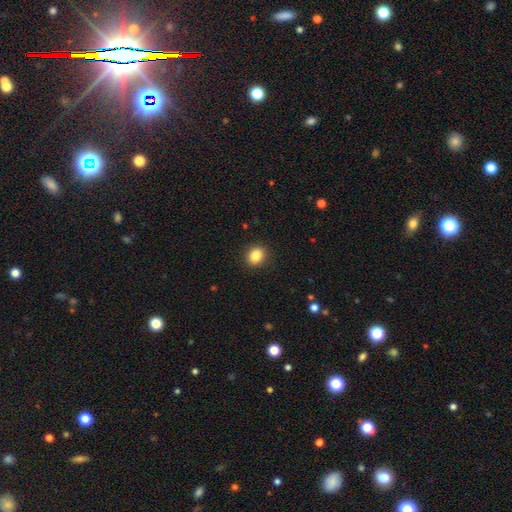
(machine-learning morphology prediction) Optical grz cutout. It shows a smooth galaxy with no disk features (86%) that is round (57%). Merging: none (90%).